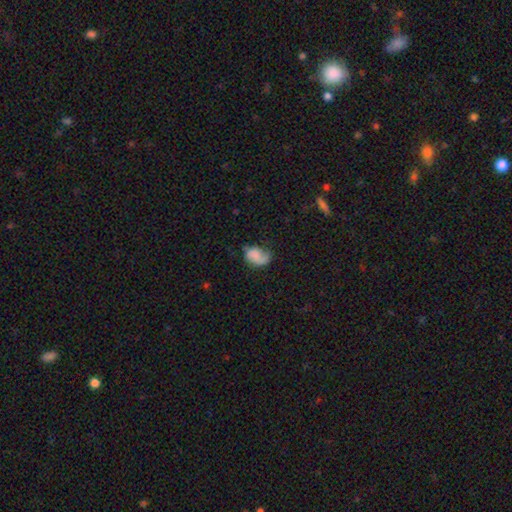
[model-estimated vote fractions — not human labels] A smooth galaxy with no disk features (62%) that is in between round and cigar-shaped (76%).

Vote fractions:
- Smooth or featured? smooth: 62% / featured or disk: 29% / star or artifact: 9%
- How rounded? in between: 76% / round: 22% / cigar-shaped: 1%
- Merging? none: 40% / minor disturbance: 34% / major disturbance: 24% / merger: 3%